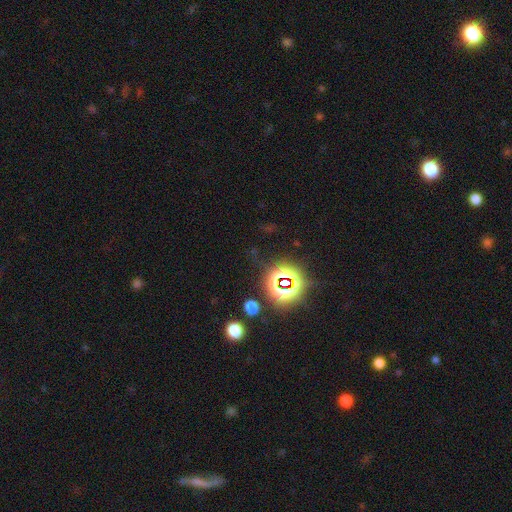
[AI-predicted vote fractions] A star or artifact, not a galaxy (78%).

Vote fractions:
- Smooth or featured? star or artifact: 78% / smooth: 14% / featured or disk: 8%